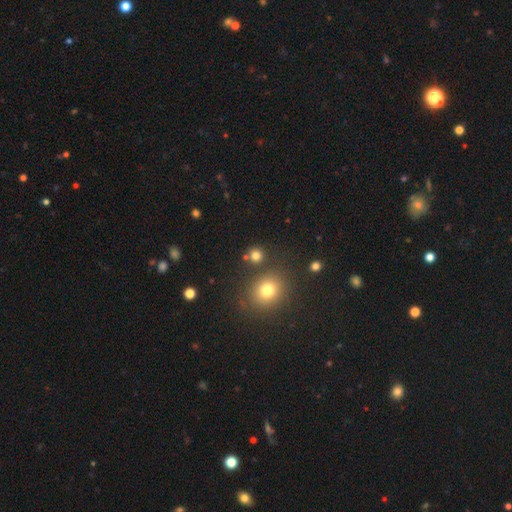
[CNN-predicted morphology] Smooth or featured: smooth — 77% (star or artifact — 17%)
How rounded: round — 89% (in between — 10%)
Merging: none — 80% (merger — 9%)